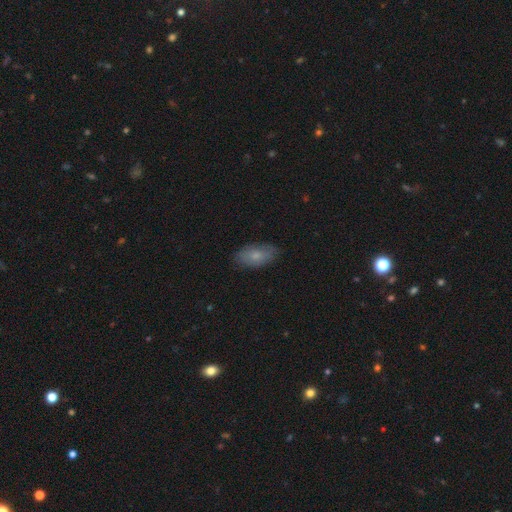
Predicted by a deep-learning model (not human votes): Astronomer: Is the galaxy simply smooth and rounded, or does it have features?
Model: smooth — 75%.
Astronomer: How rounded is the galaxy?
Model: in between — 92%.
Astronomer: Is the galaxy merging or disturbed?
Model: none — 80%.